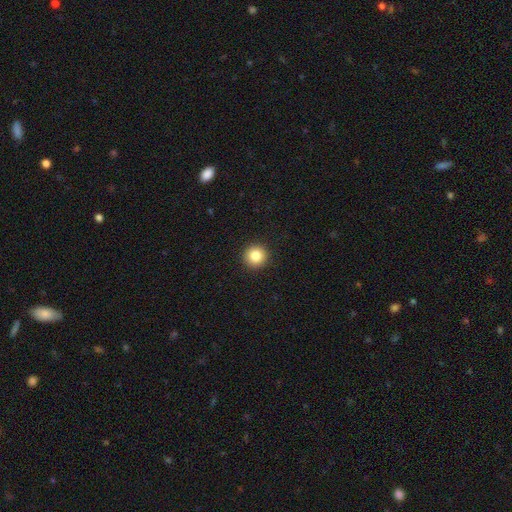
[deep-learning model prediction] smooth 84%, star or artifact 10%, featured or disk 6%. Down the decision tree: how rounded — round (96%); merging — none (93%).